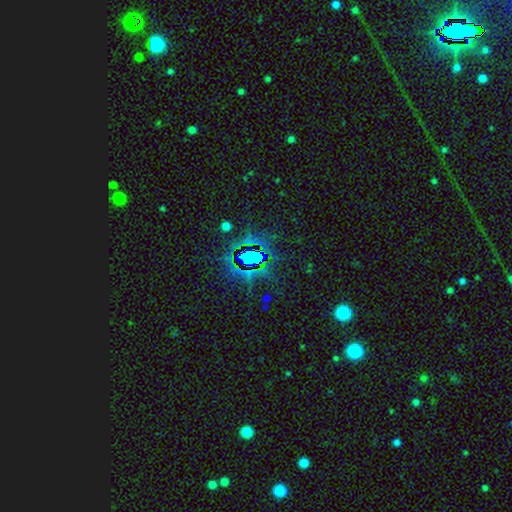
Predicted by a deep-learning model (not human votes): Overall: star or artifact (75%).